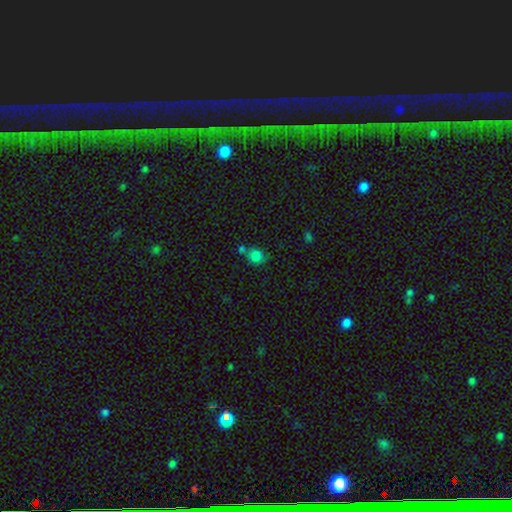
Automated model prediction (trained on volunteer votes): Q: Smooth or featured?
A: smooth (81%); runner-up: star or artifact (12%)
Q: How rounded?
A: round (72%); runner-up: in between (27%)
Q: Merging?
A: none (46%); runner-up: merger (30%)